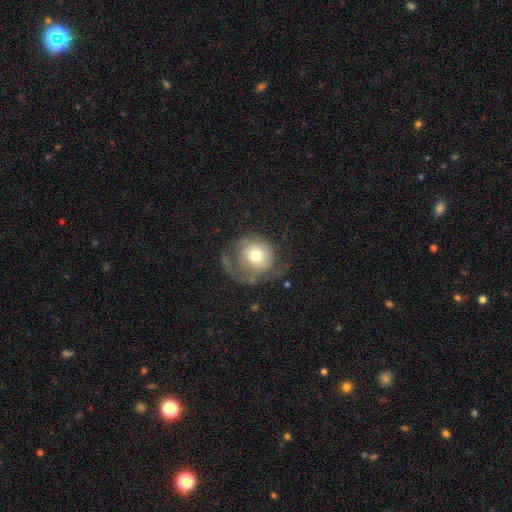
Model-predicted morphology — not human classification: The model was most divided on "merging": major disturbance: 38%, none: 37%, minor disturbance: 23%, merger: 2%. More confident: how rounded — round (85%); smooth or featured — smooth (55%).